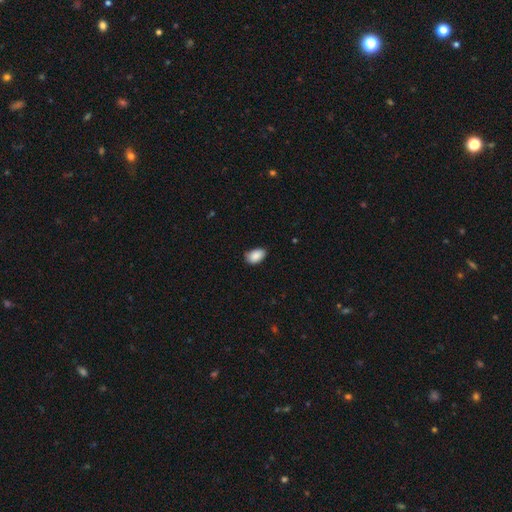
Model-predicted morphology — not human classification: A smooth galaxy with no disk features (89%) that is in between round and cigar-shaped (90%).

Vote fractions:
- Smooth or featured? smooth: 89% / star or artifact: 7% / featured or disk: 4%
- How rounded? in between: 90% / round: 9% / cigar-shaped: 1%
- Merging? none: 76% / minor disturbance: 20% / major disturbance: 3% / merger: 1%